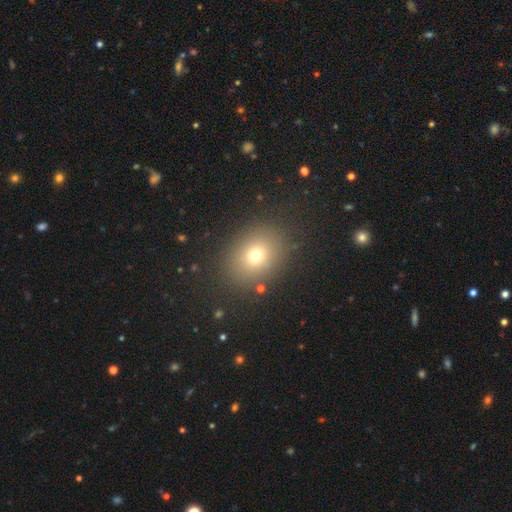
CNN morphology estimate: Overall: smooth (71%). How rounded: in between (51%; round 48%). Merging: none (86%).